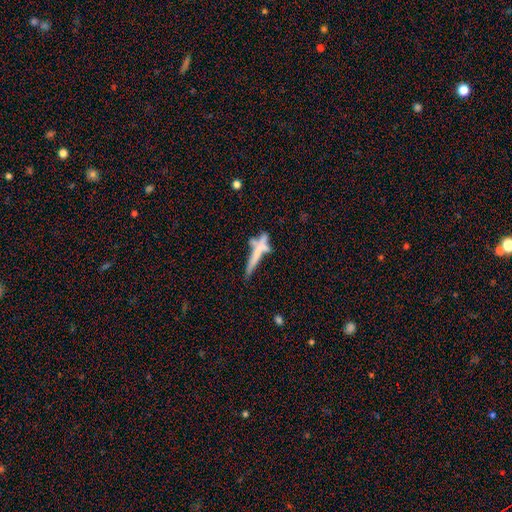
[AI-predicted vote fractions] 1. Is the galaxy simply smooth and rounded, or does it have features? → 53% smooth, 38% featured or disk, 9% star or artifact.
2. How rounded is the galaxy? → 88% cigar-shaped, 9% in between, 3% round.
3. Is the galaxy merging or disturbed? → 46% none, 32% merger, 14% minor disturbance, 9% major disturbance.